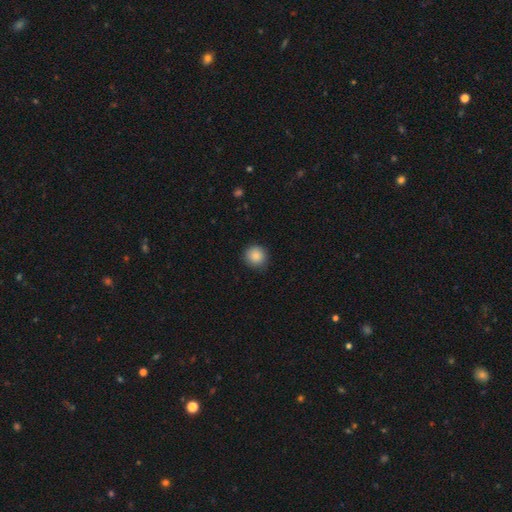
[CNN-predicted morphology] A smooth galaxy with no disk features (87%) that is round (93%).

Vote fractions:
- Smooth or featured? smooth: 87% / star or artifact: 9% / featured or disk: 4%
- How rounded? round: 93% / in between: 6% / cigar-shaped: 1%
- Merging? none: 88% / minor disturbance: 9% / major disturbance: 2% / merger: 1%